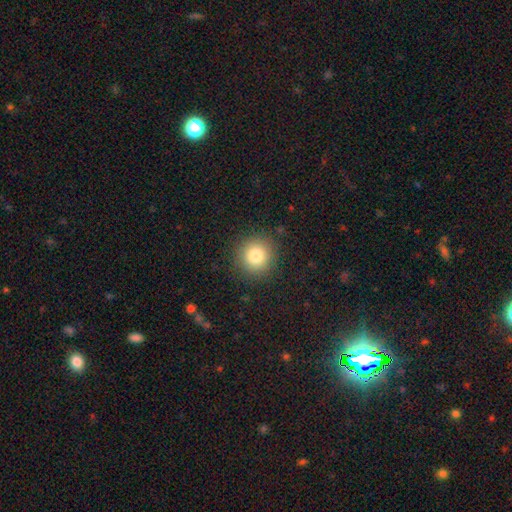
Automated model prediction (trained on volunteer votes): smooth 81%, star or artifact 11%, featured or disk 7%. Down the decision tree: how rounded — round (93%); merging — none (89%).